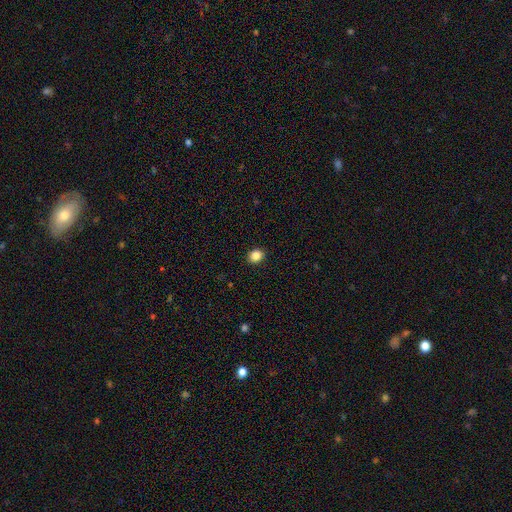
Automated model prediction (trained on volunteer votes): smooth 86%, star or artifact 10%, featured or disk 4%. Down the decision tree: how rounded — round (66%); merging — none (91%).